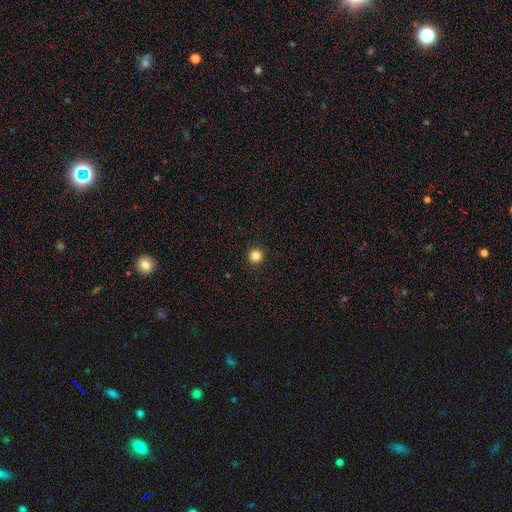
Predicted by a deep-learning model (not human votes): smooth 84%, star or artifact 12%, featured or disk 4%. Down the decision tree: how rounded — round (96%); merging — none (94%).